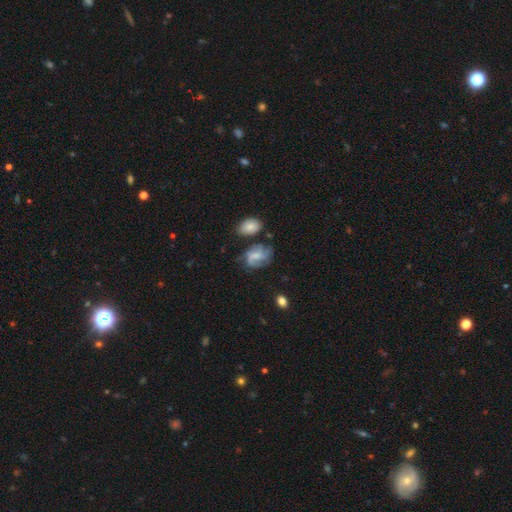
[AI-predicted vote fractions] featured or disk 62%, smooth 30%, star or artifact 9%. Down the decision tree: edge-on disk — no (97%); bar — no (46%); spiral arms — yes (86%); spiral arm count — 2 (34%); spiral winding — medium (46%); bulge size — small (43%); merging — none (51%).